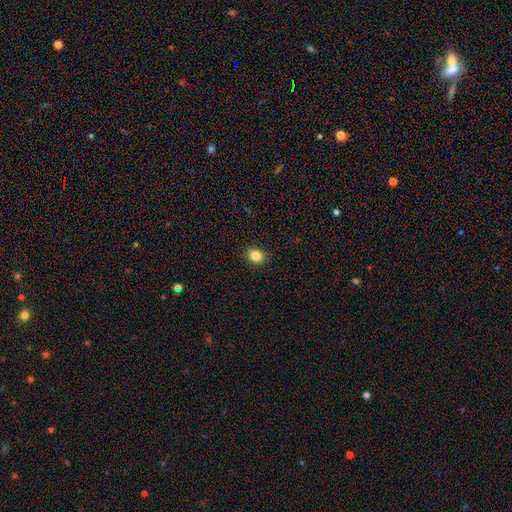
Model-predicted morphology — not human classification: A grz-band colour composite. It shows a smooth galaxy with no disk features (84%) that is round (64%). Merging: none (91%).